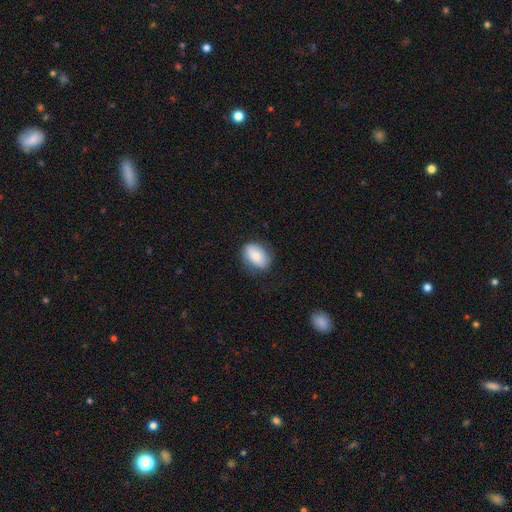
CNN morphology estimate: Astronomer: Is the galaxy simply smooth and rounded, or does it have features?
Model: smooth — 76%.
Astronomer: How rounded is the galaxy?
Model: in between — 82%.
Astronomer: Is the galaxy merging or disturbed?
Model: none — 77%.